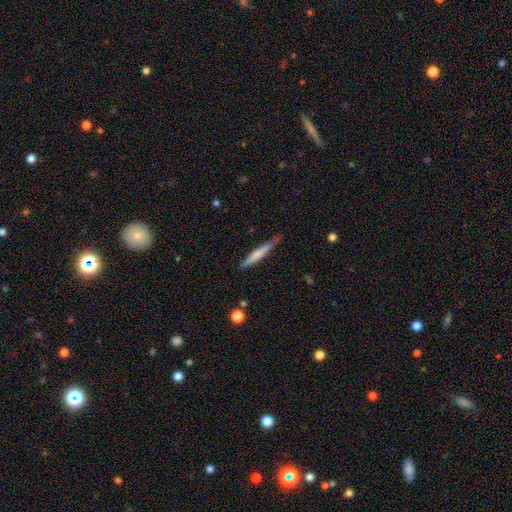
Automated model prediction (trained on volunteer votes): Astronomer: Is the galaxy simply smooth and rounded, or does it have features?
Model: smooth — 54% (runner-up: featured or disk, 40%).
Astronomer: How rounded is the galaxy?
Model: cigar-shaped — 95%.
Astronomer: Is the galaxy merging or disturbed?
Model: none — 78%.